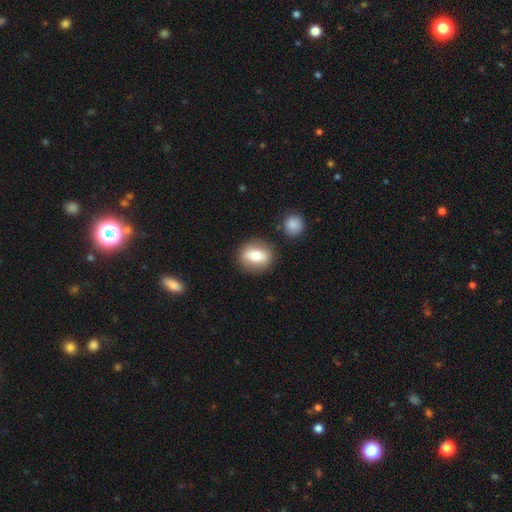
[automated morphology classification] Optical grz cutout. It shows a smooth galaxy with no disk features (72%) that is in between round and cigar-shaped (50%). Merging: none (82%).